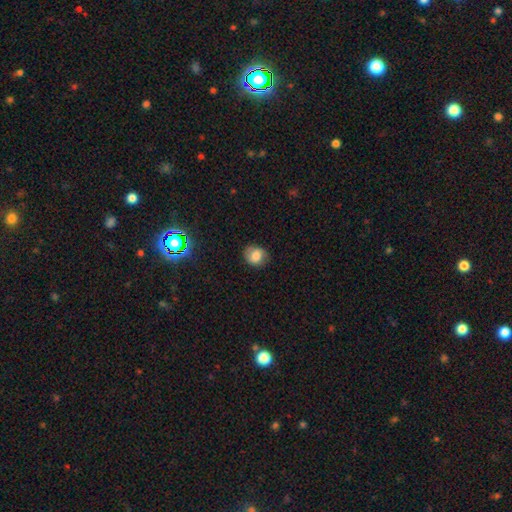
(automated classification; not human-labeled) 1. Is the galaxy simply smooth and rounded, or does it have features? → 75% smooth, 14% featured or disk, 11% star or artifact.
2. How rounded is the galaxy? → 69% round, 30% in between, 1% cigar-shaped.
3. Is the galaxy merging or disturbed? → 78% none, 17% minor disturbance, 4% major disturbance, 1% merger.